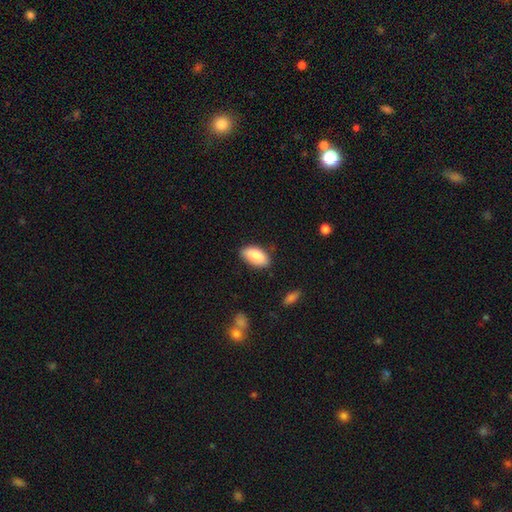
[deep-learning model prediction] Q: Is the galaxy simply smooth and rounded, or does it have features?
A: smooth — 87%.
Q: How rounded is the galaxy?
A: in between — 93%.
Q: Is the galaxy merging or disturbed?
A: none — 79%.